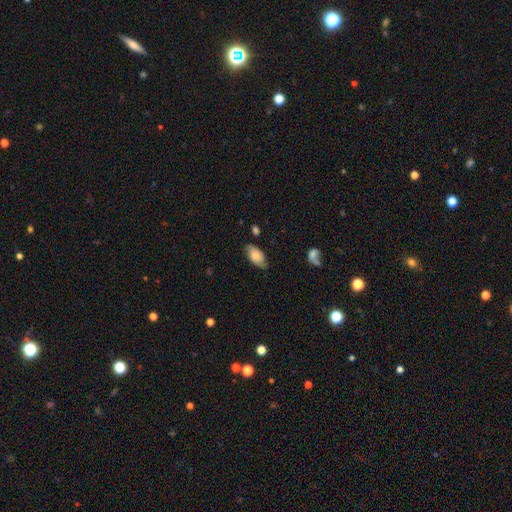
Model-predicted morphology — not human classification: smooth 56%, featured or disk 36%, star or artifact 8%. Down the decision tree: how rounded — in between (92%); merging — none (72%).